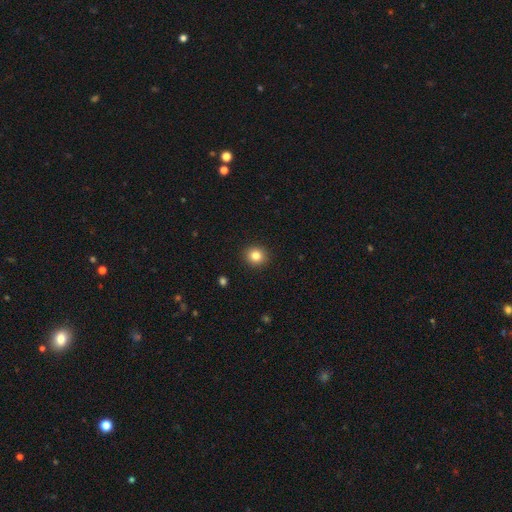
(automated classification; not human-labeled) Smooth or featured?
  - smooth: 83% *
  - star or artifact: 11%
  - featured or disk: 6%
How rounded?
  - round: 89% *
  - in between: 10%
  - cigar-shaped: 1%
Merging?
  - none: 92% *
  - minor disturbance: 5%
  - major disturbance: 2%
  - merger: 1%